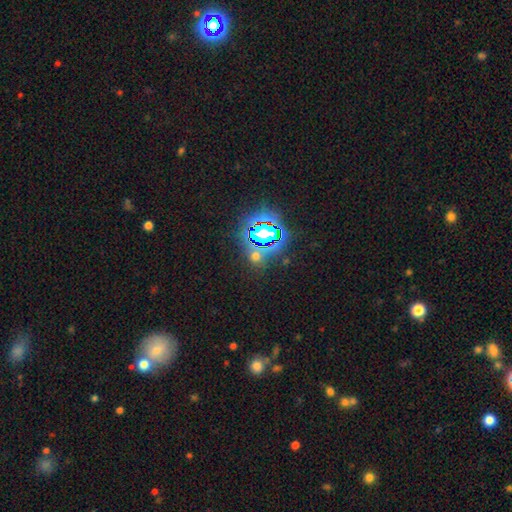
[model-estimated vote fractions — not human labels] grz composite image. It shows a star or artifact, not a galaxy (57%).